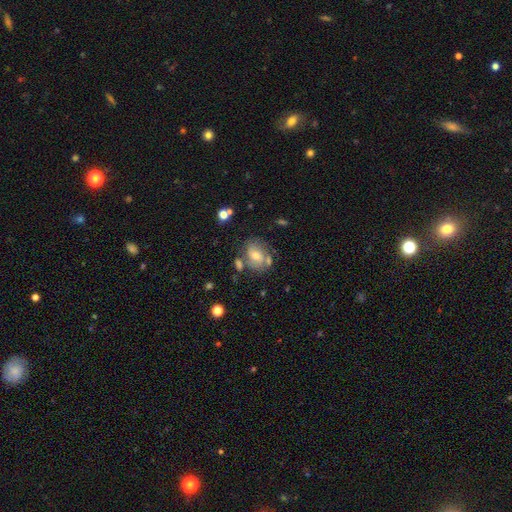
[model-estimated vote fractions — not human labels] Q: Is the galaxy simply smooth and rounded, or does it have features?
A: featured or disk — 52%.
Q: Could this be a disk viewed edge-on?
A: no — 96%.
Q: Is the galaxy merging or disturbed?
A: none — 55%.